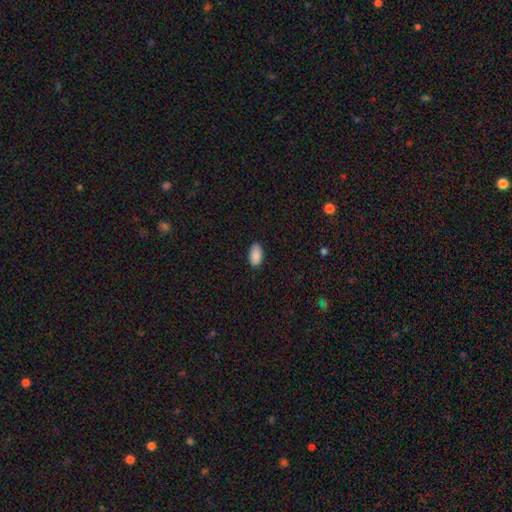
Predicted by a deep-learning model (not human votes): Smooth or featured? smooth (90%)
How rounded? in between (95%)
Merging? none (84%)